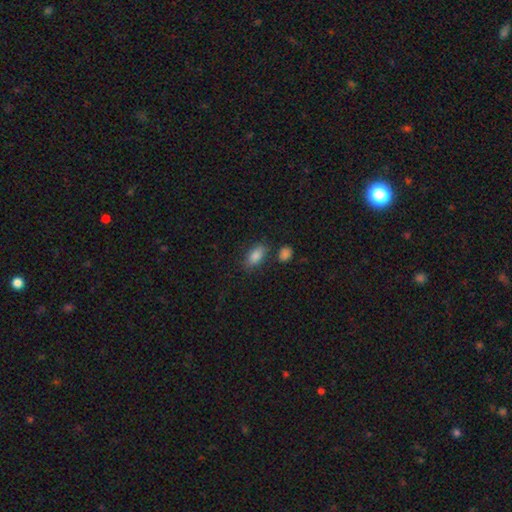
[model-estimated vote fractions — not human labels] smooth_or_featured: smooth (p=0.85) [alt: star or artifact p=0.08]
how_rounded: in between (p=0.88) [alt: cigar-shaped p=0.07]
merging: none (p=0.75) [alt: minor disturbance p=0.15]